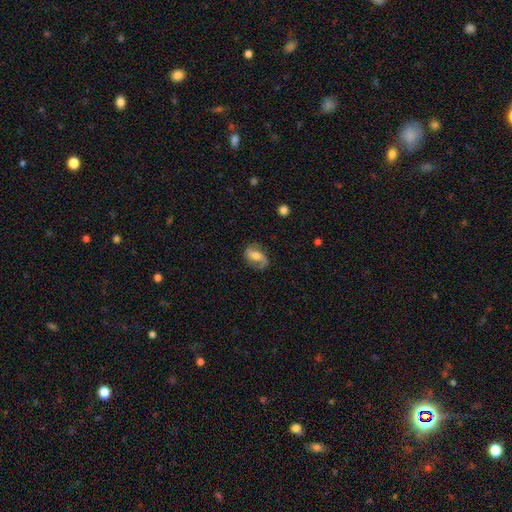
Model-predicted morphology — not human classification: A featured or disk galaxy (72%) with a weak bar (36%), 2 (87%) medium (41%) spiral arms (89%) and a moderate central bulge (64%).

Vote fractions:
- Smooth or featured? featured or disk: 72% / smooth: 22% / star or artifact: 6%
- Edge-on disk? no: 96% / yes: 4%
- Bar? weak: 36% / strong: 34% / no: 30%
- Spiral arms? yes: 89% / no: 11%
- Spiral winding? medium: 41% / loose: 39% / tight: 19%
- Spiral arm count? 2: 87% / 1: 6% / can't tell: 5% / 3: 1% / 4: 1% / more than 4: 1%
- Bulge size? moderate: 64% / small: 21% / large: 10% / none: 2% / dominant: 1%
- Merging? none: 77% / minor disturbance: 15% / major disturbance: 6% / merger: 1%